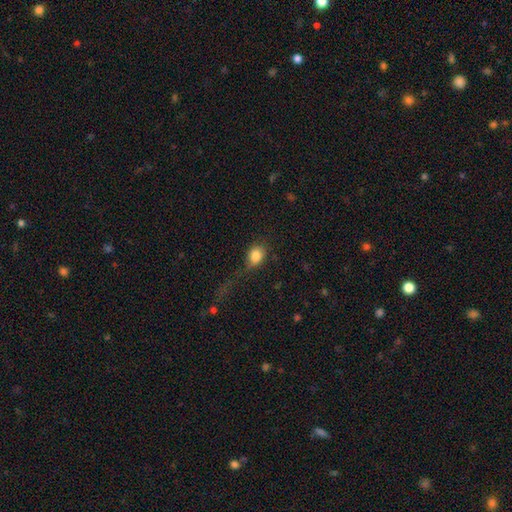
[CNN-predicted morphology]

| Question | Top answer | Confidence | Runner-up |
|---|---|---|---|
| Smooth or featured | smooth | 83% | star or artifact (9%) |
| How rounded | in between | 56% | round (42%) |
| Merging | none | 38% | major disturbance (34%) |